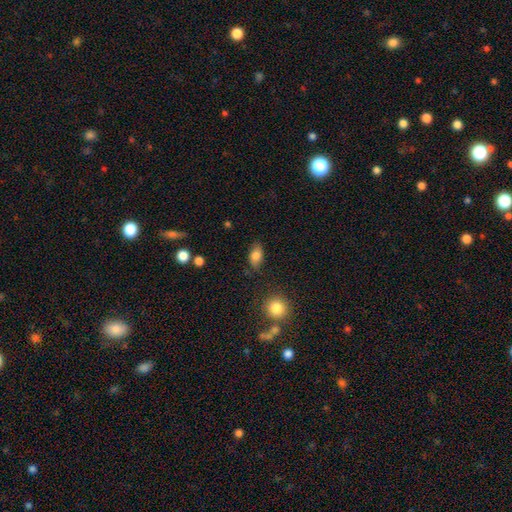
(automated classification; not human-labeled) Smooth or featured? Predicted: smooth (p=0.82). How rounded? Predicted: in between (p=0.87). Merging? Predicted: none (p=0.82).